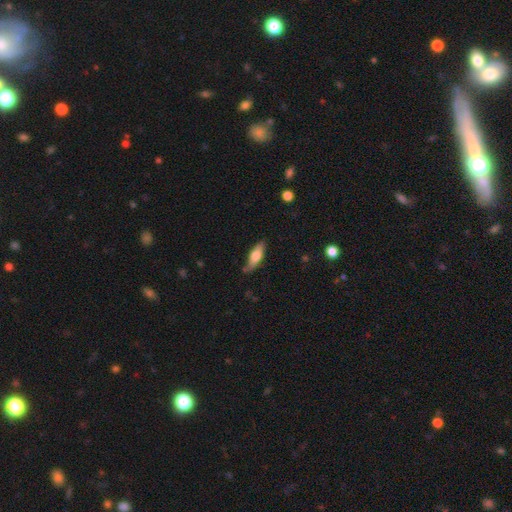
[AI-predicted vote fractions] smooth 59%, featured or disk 35%, star or artifact 6%. Down the decision tree: how rounded — in between (54%); merging — none (77%).